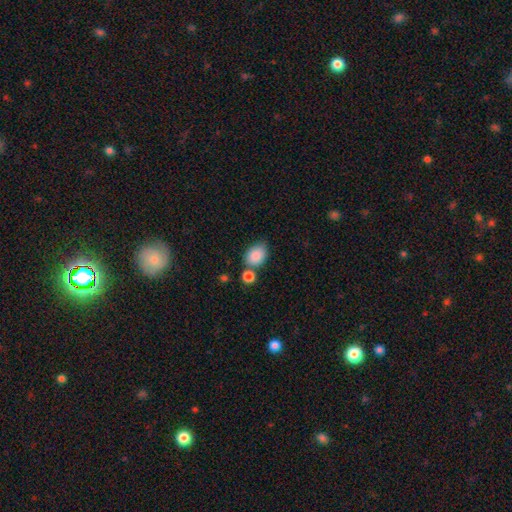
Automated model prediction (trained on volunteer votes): The model was most divided on "merging": none: 60%, merger: 19%, minor disturbance: 16%, major disturbance: 5%. More confident: smooth or featured — smooth (87%); how rounded — in between (71%).